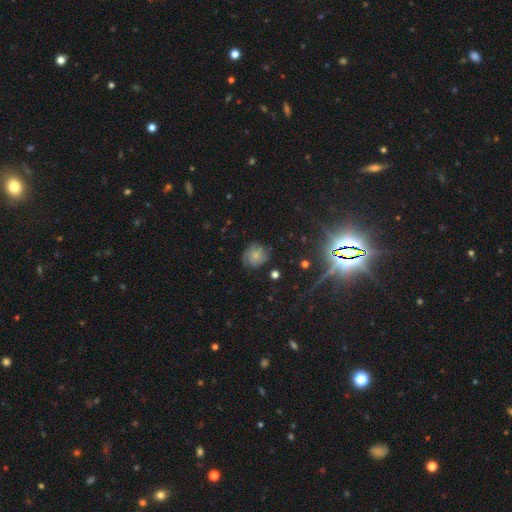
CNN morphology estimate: smooth 56%, featured or disk 30%, star or artifact 14%. Down the decision tree: how rounded — round (83%); merging — none (71%).